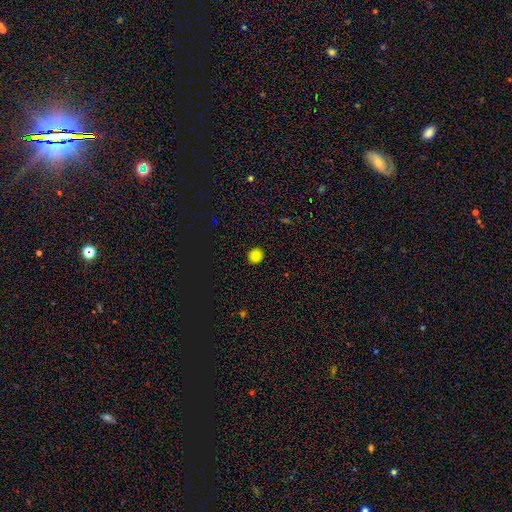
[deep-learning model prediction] A smooth galaxy with no disk features (82%) that is round (88%). Merging: none (91%).